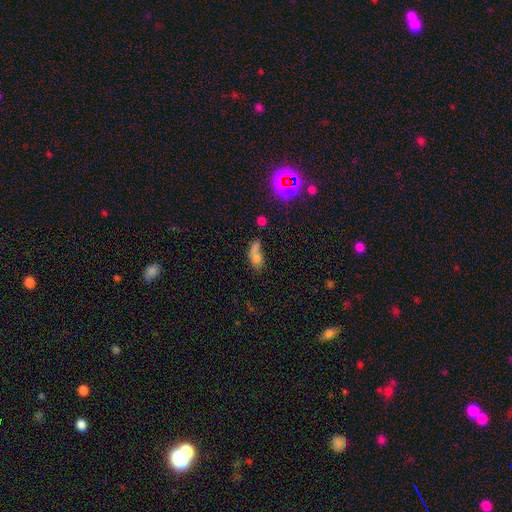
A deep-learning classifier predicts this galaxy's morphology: smooth-or-featured: smooth: 64% | featured or disk: 19% | star or artifact: 17%
  how-rounded: in between: 66% | round: 20% | cigar-shaped: 14%
  merging: merger: 35% | none: 28% | major disturbance: 20% | minor disturbance: 17%